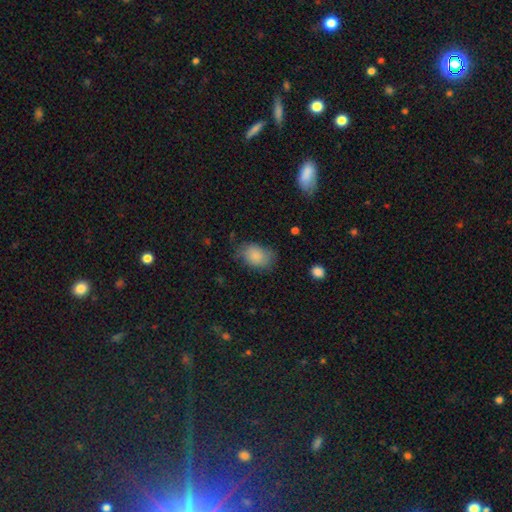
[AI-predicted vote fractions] smooth 84%, featured or disk 9%, star or artifact 7%. Down the decision tree: how rounded — in between (80%); merging — none (64%).